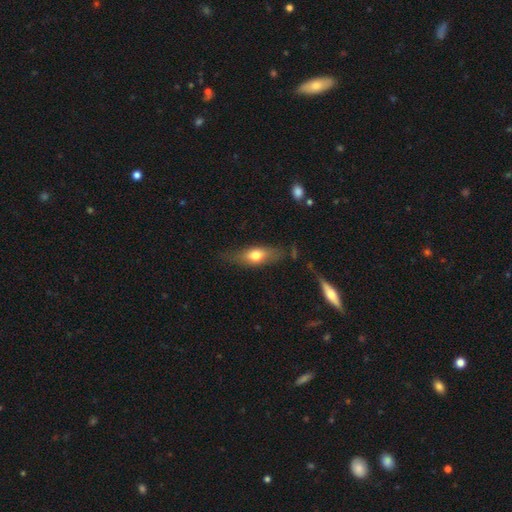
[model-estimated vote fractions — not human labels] smooth-or-featured: smooth: 61% | featured or disk: 32% | star or artifact: 7%
  how-rounded: in between: 63% | cigar-shaped: 32% | round: 5%
  merging: none: 72% | minor disturbance: 20% | major disturbance: 6% | merger: 2%